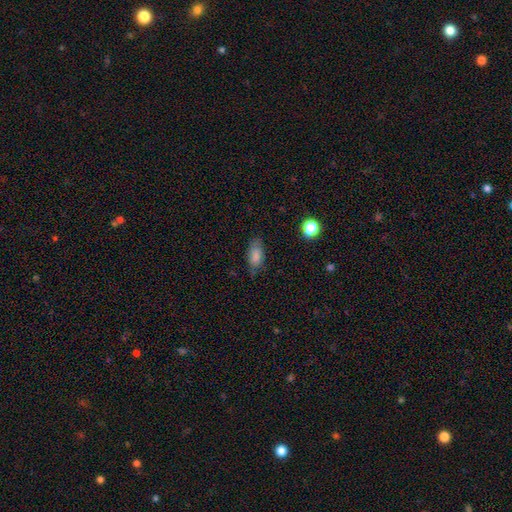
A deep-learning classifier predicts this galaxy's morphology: Q: Smooth or featured?
A: smooth (83%); runner-up: star or artifact (9%)
Q: How rounded?
A: in between (87%); runner-up: cigar-shaped (8%)
Q: Merging?
A: none (71%); runner-up: minor disturbance (22%)